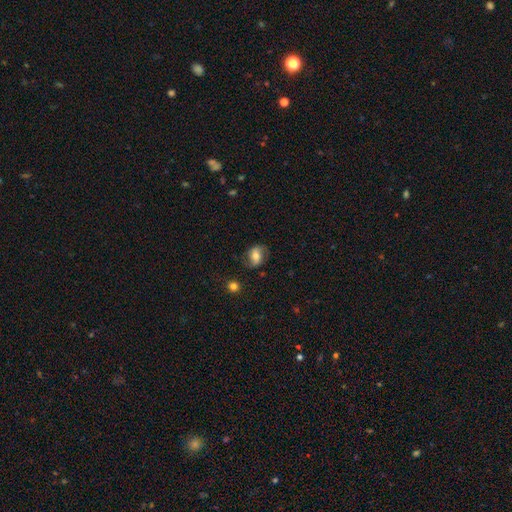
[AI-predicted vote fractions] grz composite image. It shows a smooth galaxy with no disk features (54%) that is in between round and cigar-shaped (65%). Merging: none (72%).